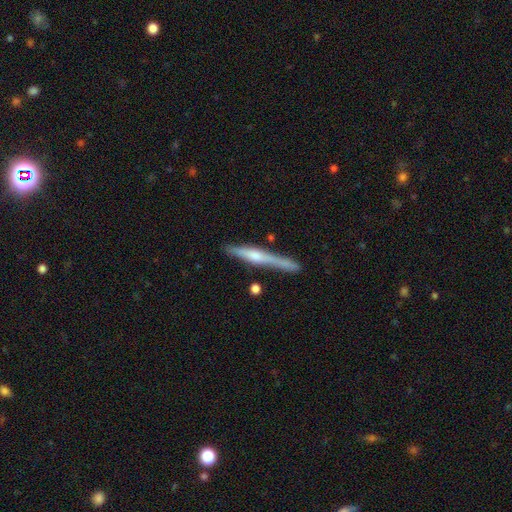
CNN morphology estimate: Q: Smooth or featured?
A: featured or disk (66%); runner-up: smooth (28%)
Q: Edge-on disk?
A: yes (96%); runner-up: no (4%)
Q: Edge-on bulge?
A: rounded (74%); runner-up: none (18%)
Q: Merging?
A: none (80%); runner-up: minor disturbance (14%)